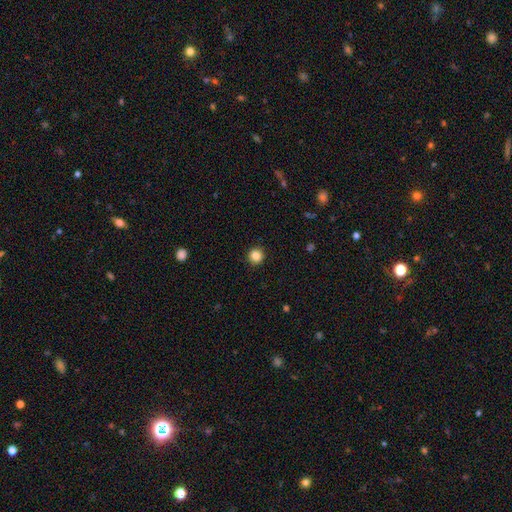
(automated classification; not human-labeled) A smooth galaxy with no disk features (86%) that is round (95%). Merging: none (93%).